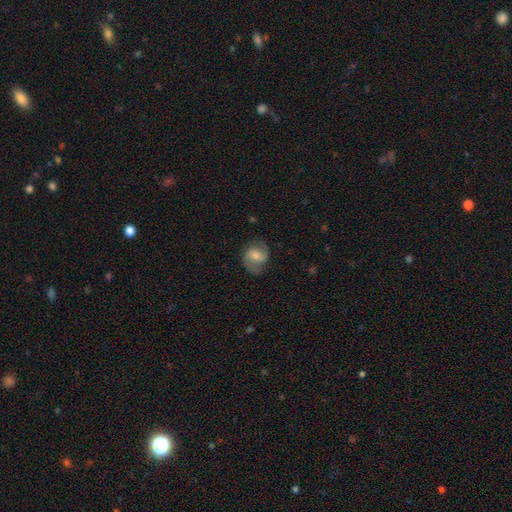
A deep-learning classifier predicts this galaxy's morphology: type=featured or disk (60%); edge-on=no (97%); bar=weak (48%); spiral arms=yes (88%); winding=medium (48%); arm count=2 (86%); bulge=moderate (47%); merging=none (70%).